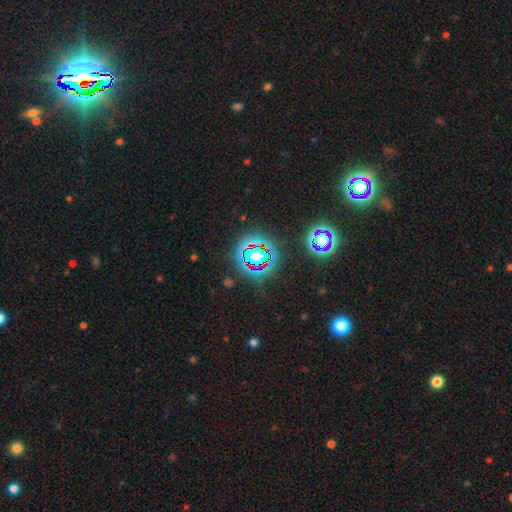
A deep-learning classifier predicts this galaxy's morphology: A star or artifact, not a galaxy (65%).

Vote fractions:
- Smooth or featured? star or artifact: 65% / smooth: 23% / featured or disk: 12%